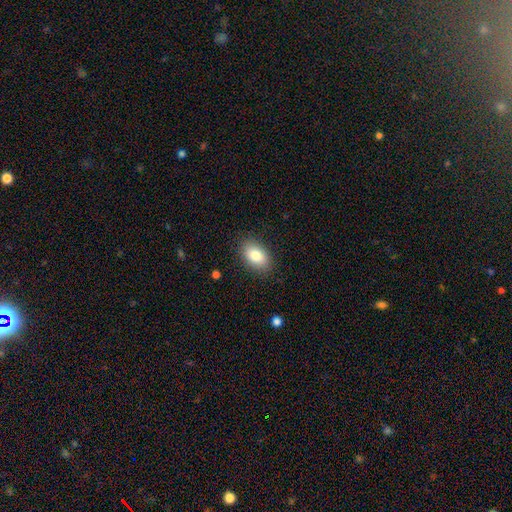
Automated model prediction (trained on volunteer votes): Smooth or featured: smooth — 83% (featured or disk — 9%)
How rounded: in between — 88% (round — 11%)
Merging: none — 86% (minor disturbance — 10%)